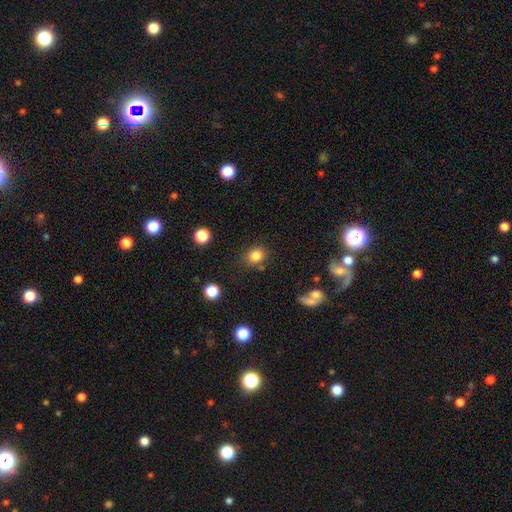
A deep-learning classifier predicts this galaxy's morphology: Overall: smooth (83%). How rounded: round (64%; in between 35%). Merging: none (78%).